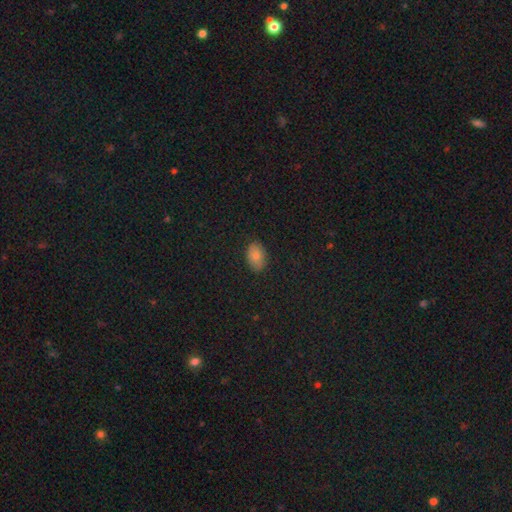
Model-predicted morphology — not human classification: type=smooth (77%); roundness=in between (84%); merging=none (85%).